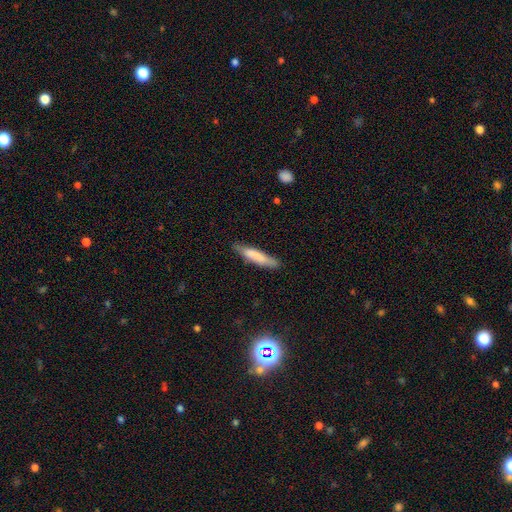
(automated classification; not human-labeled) smooth_or_featured: smooth (p=0.74) [alt: featured or disk p=0.20]
how_rounded: cigar-shaped (p=0.87) [alt: in between p=0.12]
merging: none (p=0.79) [alt: minor disturbance p=0.17]